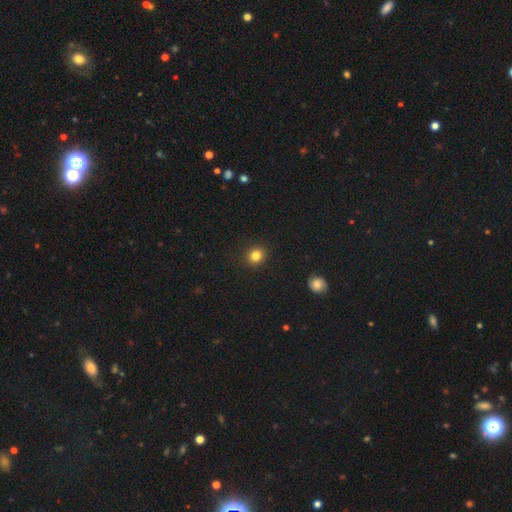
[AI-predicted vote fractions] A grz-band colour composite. It shows a smooth galaxy with no disk features (83%) that is round (82%). Merging: none (91%).